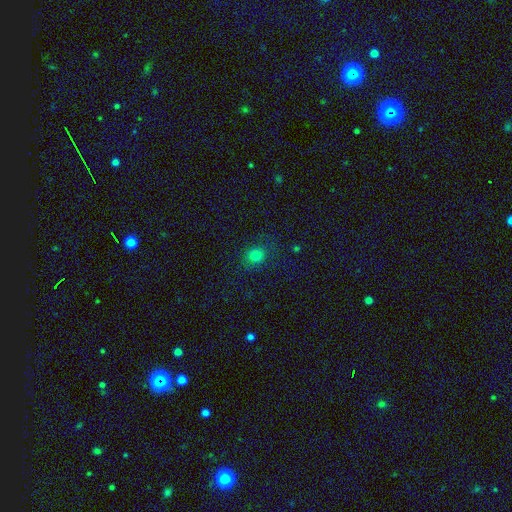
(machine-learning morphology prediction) Smooth or featured?
  - smooth: 78% *
  - star or artifact: 15%
  - featured or disk: 7%
How rounded?
  - round: 73% *
  - in between: 26%
  - cigar-shaped: 1%
Merging?
  - none: 80% *
  - minor disturbance: 13%
  - major disturbance: 6%
  - merger: 1%